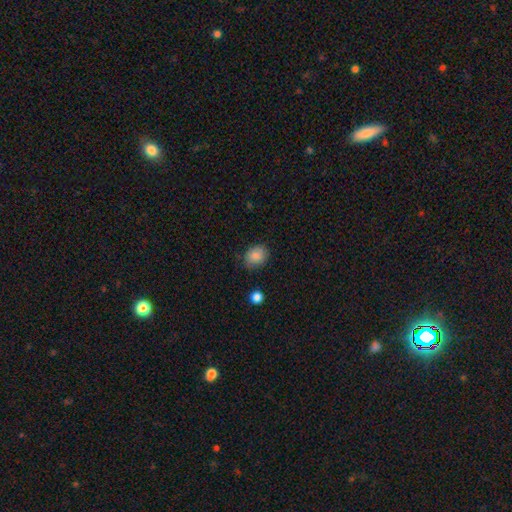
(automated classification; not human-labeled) The model was most divided on "how rounded": in between: 53%, round: 46%, cigar-shaped: 1%. More confident: smooth or featured — smooth (86%); merging — none (79%).